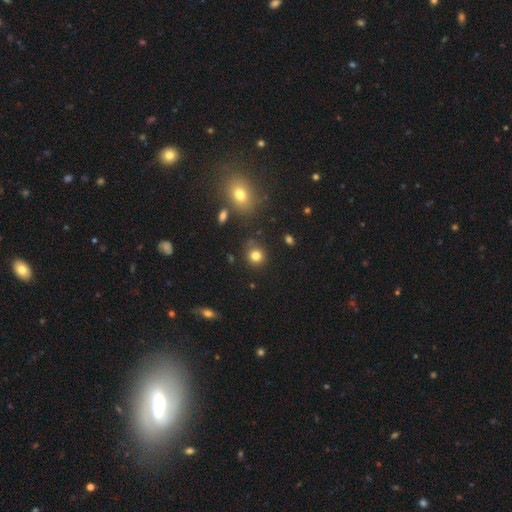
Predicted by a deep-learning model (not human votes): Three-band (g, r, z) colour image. It shows a smooth galaxy with no disk features (81%) that is round (89%). Merging: none (83%).